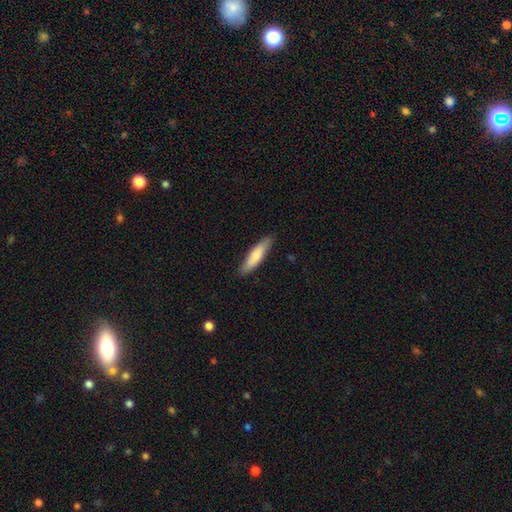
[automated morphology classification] Q: Smooth or featured?
A: smooth (77%); runner-up: featured or disk (18%)
Q: How rounded?
A: cigar-shaped (72%); runner-up: in between (27%)
Q: Merging?
A: none (86%); runner-up: minor disturbance (11%)